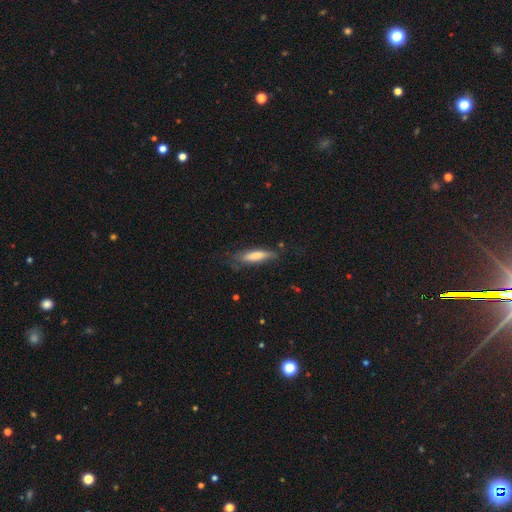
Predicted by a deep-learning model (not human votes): smooth_or_featured: smooth (p=0.70) [alt: featured or disk p=0.24]
how_rounded: cigar-shaped (p=0.71) [alt: in between p=0.27]
merging: none (p=0.69) [alt: minor disturbance p=0.22]